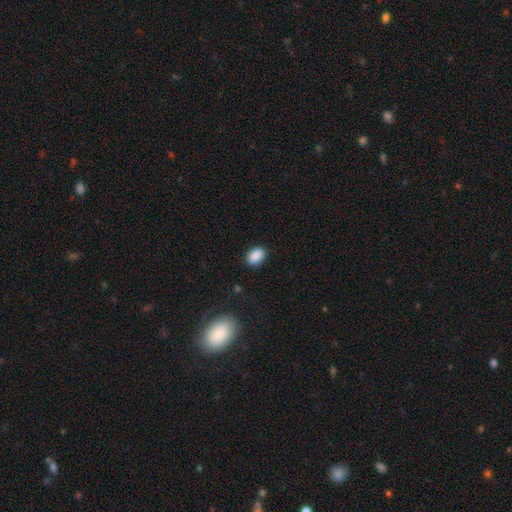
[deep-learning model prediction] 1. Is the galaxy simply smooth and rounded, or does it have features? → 89% smooth, 8% star or artifact, 3% featured or disk.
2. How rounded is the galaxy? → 77% in between, 22% round, 1% cigar-shaped.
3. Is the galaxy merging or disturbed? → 88% none, 9% minor disturbance, 2% major disturbance, 1% merger.